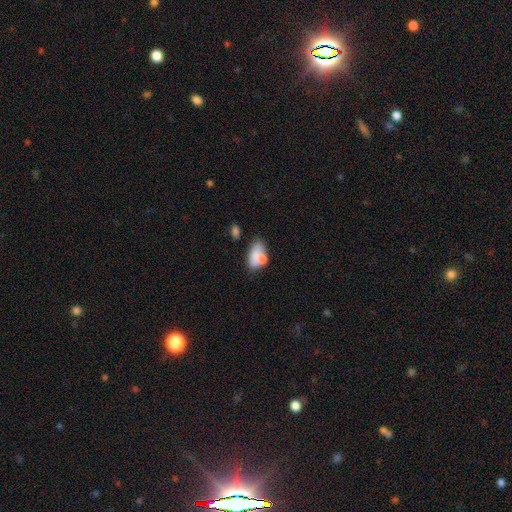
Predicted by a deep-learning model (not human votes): The model was most divided on "merging": none: 40%, merger: 25%, minor disturbance: 24%, major disturbance: 11%. More confident: how rounded — in between (89%); smooth or featured — smooth (73%).